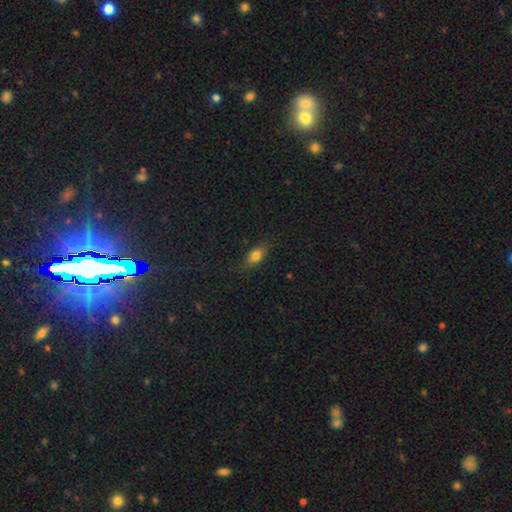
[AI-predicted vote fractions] Q: Smooth or featured?
A: smooth (77%); runner-up: featured or disk (12%)
Q: How rounded?
A: in between (80%); runner-up: cigar-shaped (12%)
Q: Merging?
A: none (77%); runner-up: minor disturbance (17%)